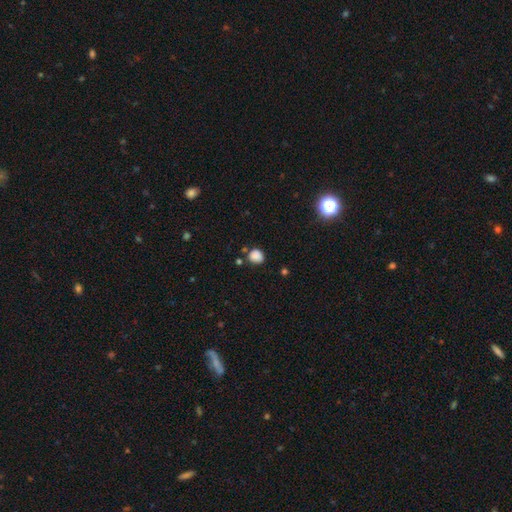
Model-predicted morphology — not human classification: Overall: smooth (84%). How rounded: round (76%). Merging: none (74%).